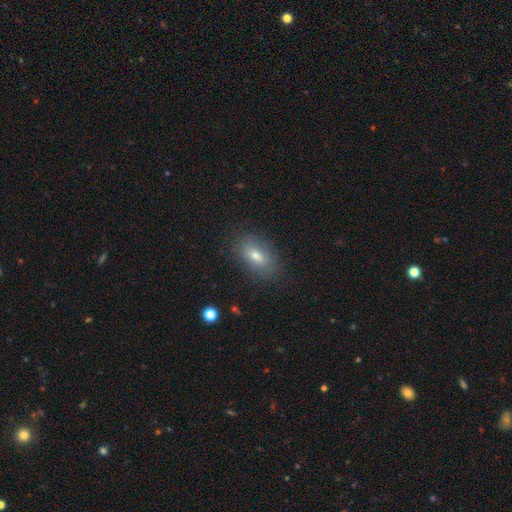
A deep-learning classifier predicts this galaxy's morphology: Overall: smooth (72%). How rounded: in between (86%). Merging: none (84%).